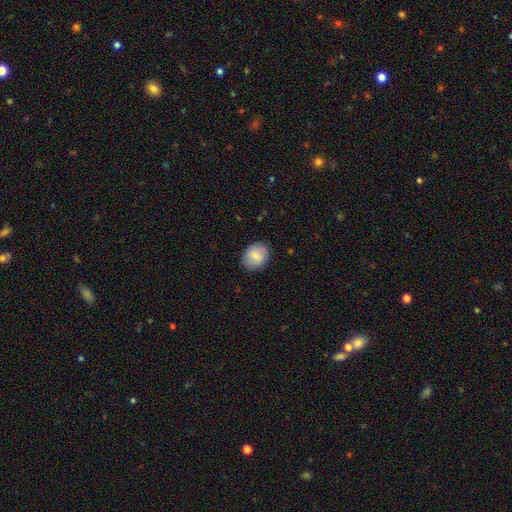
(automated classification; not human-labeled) smooth 82%, featured or disk 11%, star or artifact 7%. Down the decision tree: how rounded — in between (50%); merging — none (85%).